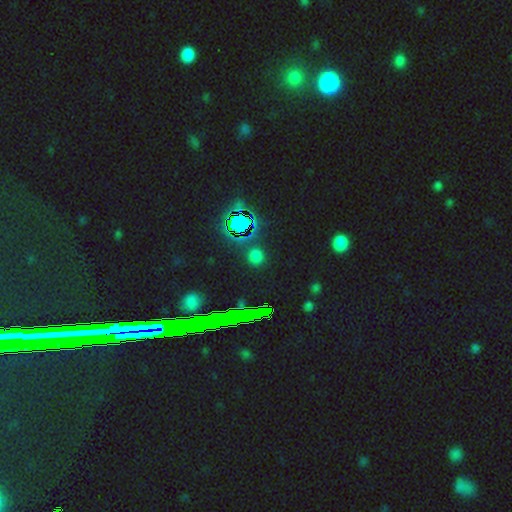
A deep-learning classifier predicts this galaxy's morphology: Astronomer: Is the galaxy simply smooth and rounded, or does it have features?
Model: star or artifact — 57% (runner-up: smooth, 37%).